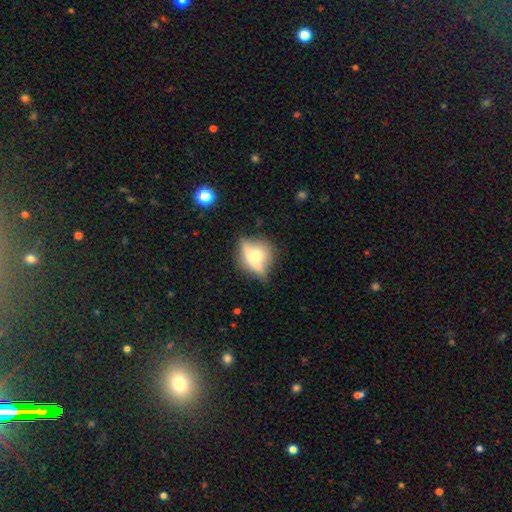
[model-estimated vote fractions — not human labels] This is possibly a featured or disk galaxy (52%). It is likely viewed edge-on (63%). Merging: possibly none (59%).